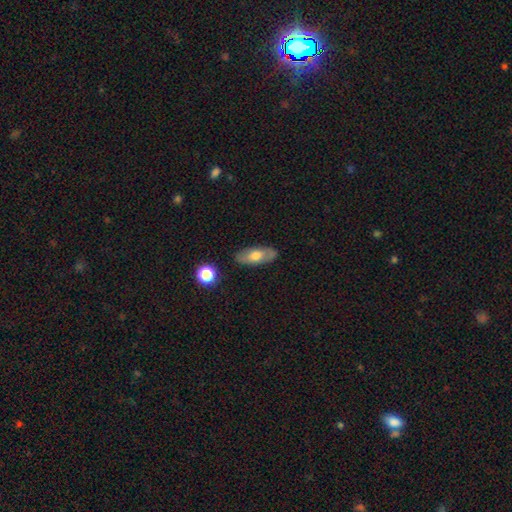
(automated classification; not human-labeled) smooth-or-featured: smooth: 58% | featured or disk: 34% | star or artifact: 7%
  how-rounded: in between: 83% | cigar-shaped: 12% | round: 4%
  merging: none: 84% | minor disturbance: 12% | major disturbance: 3% | merger: 2%